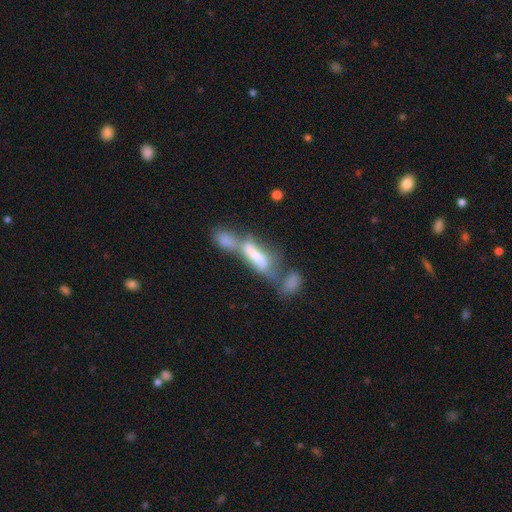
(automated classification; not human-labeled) Overall: featured or disk (45%; smooth 41%). Merging: merger (62%).